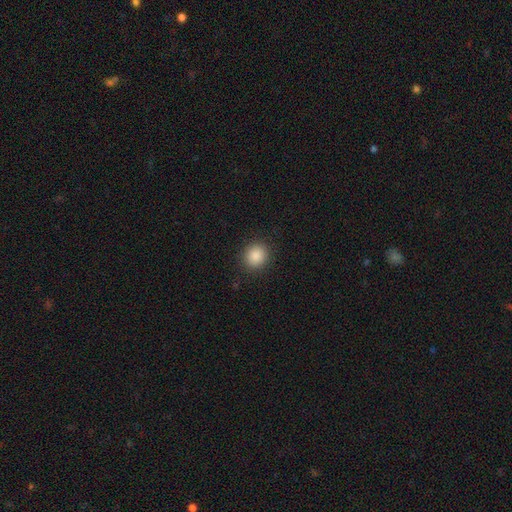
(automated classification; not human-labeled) Morphology: type=smooth (88%); roundness=round (82%); merging=none (89%).